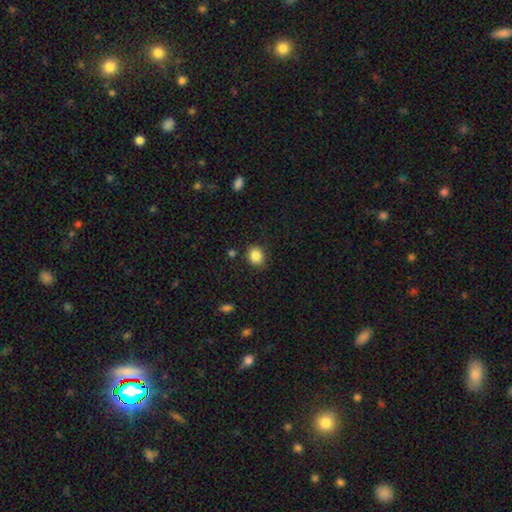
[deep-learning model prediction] Morphology: type=smooth (86%); roundness=round (60%); merging=none (83%).